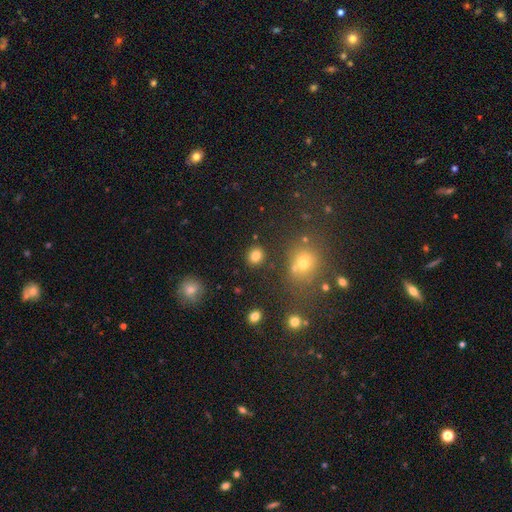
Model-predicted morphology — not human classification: The model was most divided on "how rounded": round: 76%, in between: 23%, cigar-shaped: 1%. More confident: merging — none (86%); smooth or featured — smooth (81%).